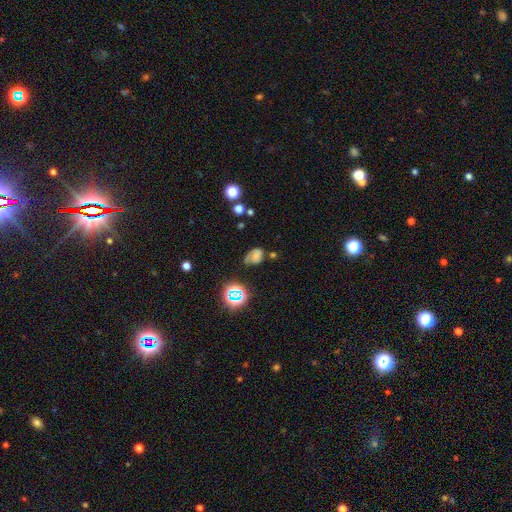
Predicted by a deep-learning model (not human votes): smooth 49%, featured or disk 30%, star or artifact 20%. Down the decision tree: merging — none (44%).